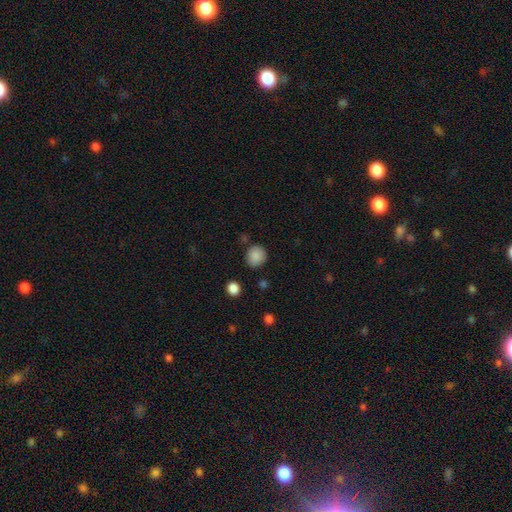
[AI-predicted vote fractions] Morphology: type=smooth (87%); roundness=round (83%); merging=none (81%).